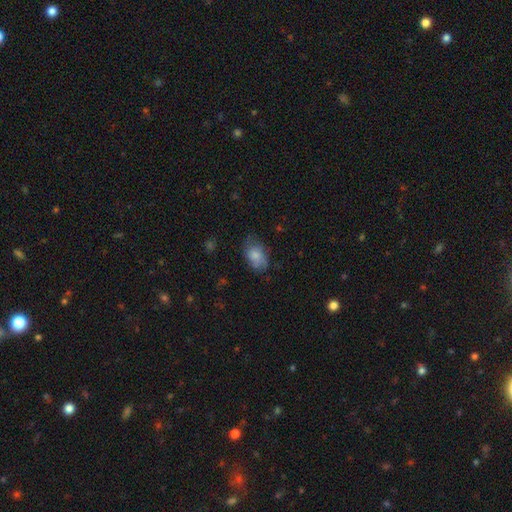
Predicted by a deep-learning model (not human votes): Q: Smooth or featured?
A: smooth (76%); runner-up: featured or disk (16%)
Q: How rounded?
A: in between (82%); runner-up: round (17%)
Q: Merging?
A: none (57%); runner-up: minor disturbance (29%)